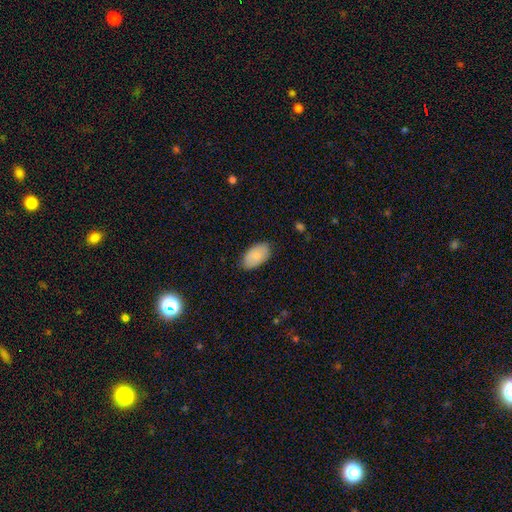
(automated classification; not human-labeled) Q: Smooth or featured?
A: smooth (84%); runner-up: featured or disk (10%)
Q: How rounded?
A: in between (95%); runner-up: round (4%)
Q: Merging?
A: none (83%); runner-up: minor disturbance (13%)